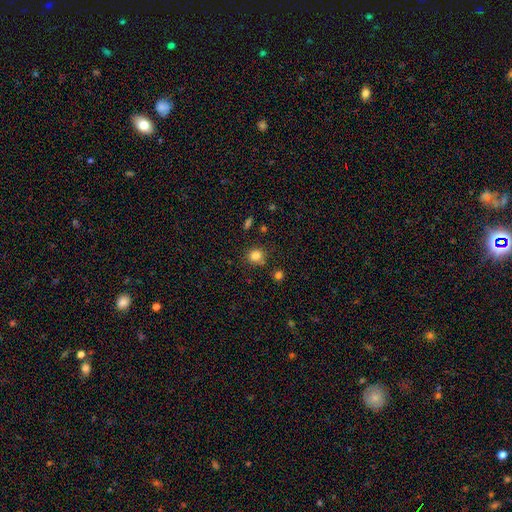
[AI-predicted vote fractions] smooth_or_featured: smooth (p=0.83) [alt: star or artifact p=0.12]
how_rounded: round (p=0.87) [alt: in between p=0.12]
merging: none (p=0.78) [alt: minor disturbance p=0.12]